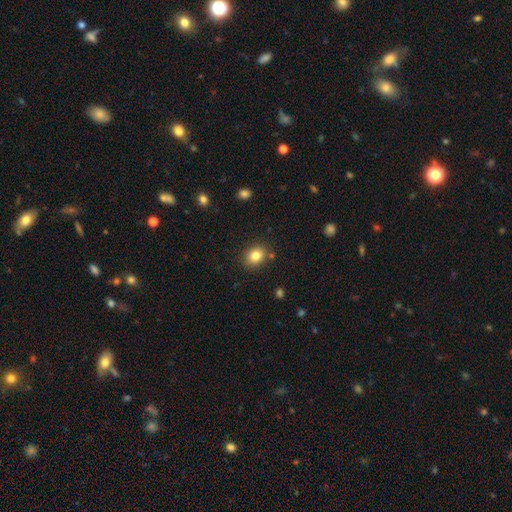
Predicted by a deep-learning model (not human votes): Smooth or featured? Predicted: smooth (p=0.83). How rounded? Predicted: round (p=0.53). Merging? Predicted: none (p=0.83).